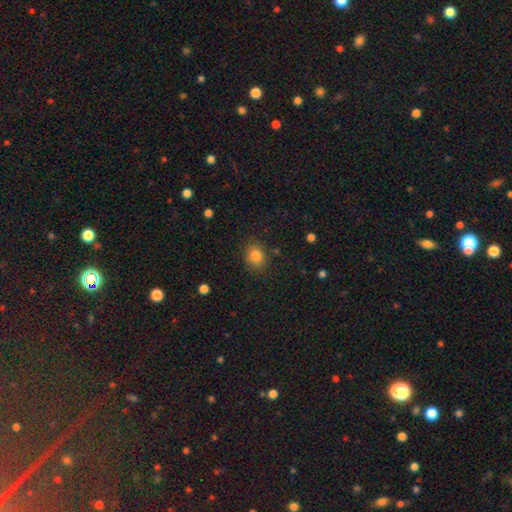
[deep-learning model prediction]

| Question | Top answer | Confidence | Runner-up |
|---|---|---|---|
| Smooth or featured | smooth | 84% | star or artifact (11%) |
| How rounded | round | 53% | in between (46%) |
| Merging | none | 83% | minor disturbance (12%) |